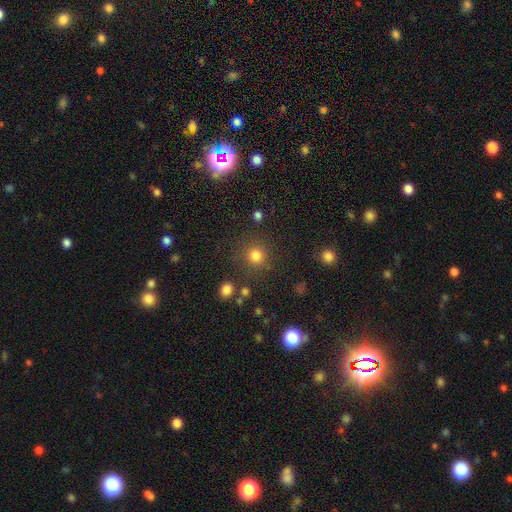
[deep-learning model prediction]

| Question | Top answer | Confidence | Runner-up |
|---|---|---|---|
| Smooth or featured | smooth | 80% | star or artifact (14%) |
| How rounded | round | 92% | in between (7%) |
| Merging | none | 83% | minor disturbance (8%) |